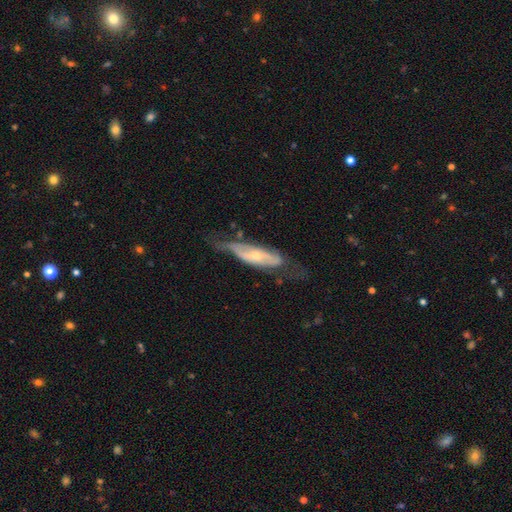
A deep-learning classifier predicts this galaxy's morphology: This appears to be a featured or disk galaxy (71%). Merging: none (49%).